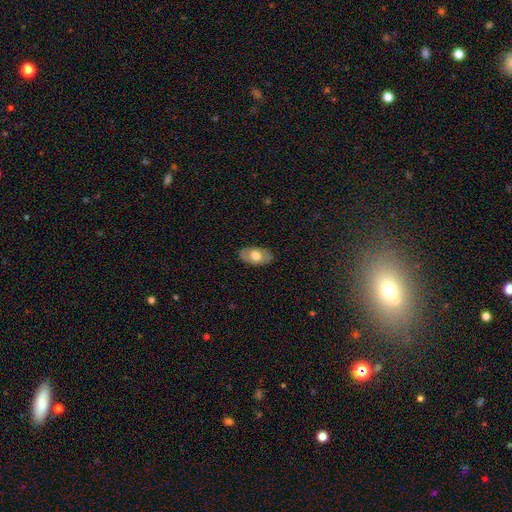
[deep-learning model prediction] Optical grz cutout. It shows a smooth galaxy with no disk features (61%) that is in between round and cigar-shaped (93%). Merging: none (85%).